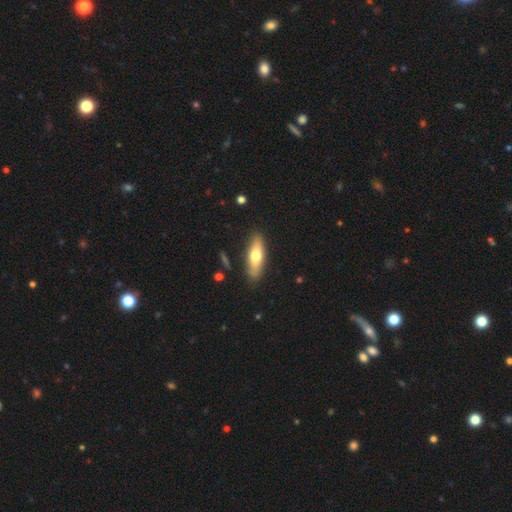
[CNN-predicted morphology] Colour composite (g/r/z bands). It shows a smooth galaxy with no disk features (63%) that is in between round and cigar-shaped (51%). Merging: none (85%).